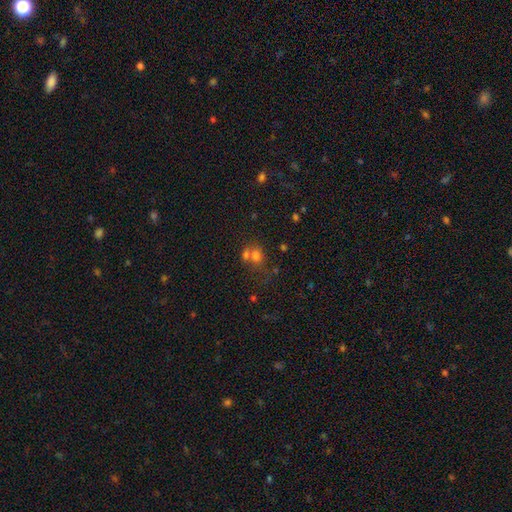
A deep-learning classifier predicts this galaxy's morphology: The model was most divided on "merging": merger: 45%, none: 39%, minor disturbance: 10%, major disturbance: 6%. More confident: smooth or featured — smooth (70%); how rounded — round (58%).